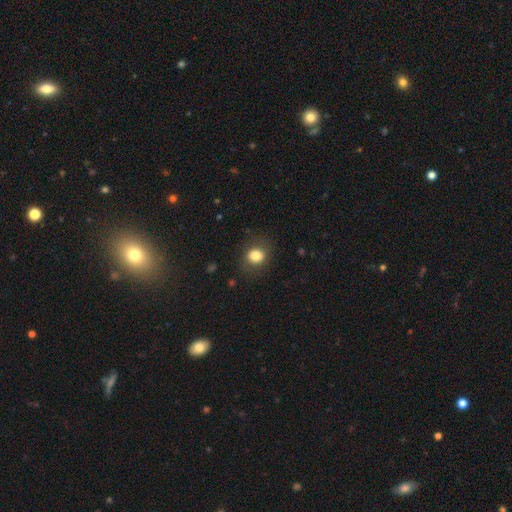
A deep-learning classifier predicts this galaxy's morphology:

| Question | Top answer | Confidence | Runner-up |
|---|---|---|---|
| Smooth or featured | smooth | 82% | star or artifact (10%) |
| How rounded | round | 61% | in between (38%) |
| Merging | none | 79% | minor disturbance (14%) |